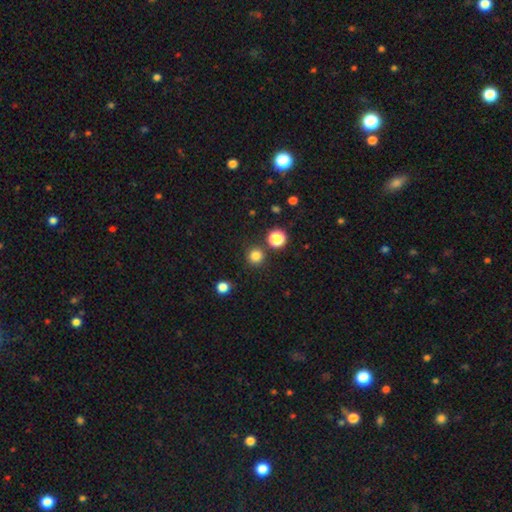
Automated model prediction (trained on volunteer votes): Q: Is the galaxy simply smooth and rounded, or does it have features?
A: smooth — 81%.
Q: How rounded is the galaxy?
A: round — 95%.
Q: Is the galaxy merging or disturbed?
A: none — 88%.